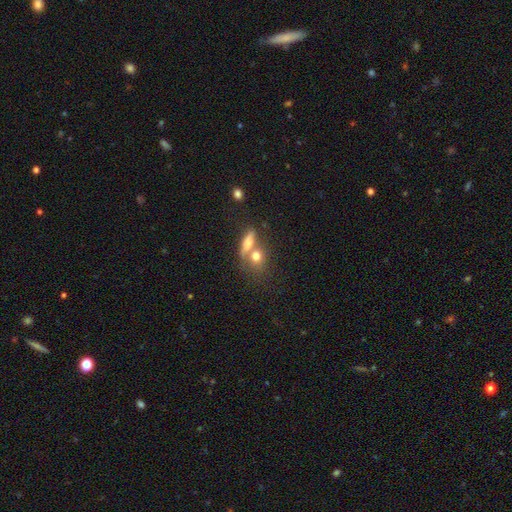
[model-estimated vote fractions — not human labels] Smooth or featured?
  - smooth: 58% *
  - featured or disk: 29%
  - star or artifact: 13%
How rounded?
  - in between: 52% *
  - round: 32%
  - cigar-shaped: 16%
Merging?
  - merger: 57% *
  - none: 30%
  - minor disturbance: 8%
  - major disturbance: 6%